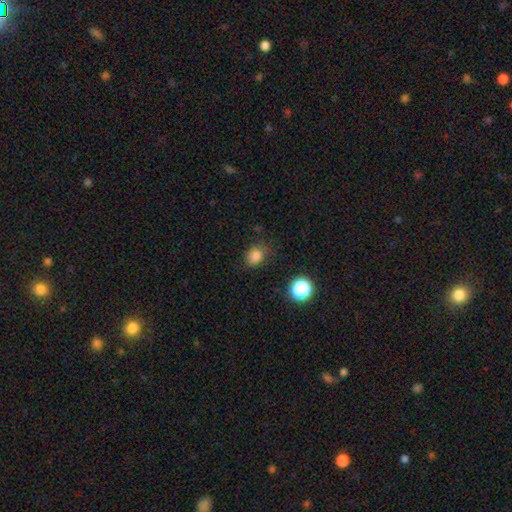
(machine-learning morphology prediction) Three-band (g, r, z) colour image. It shows a smooth galaxy with no disk features (81%) that is round (59%). Merging: none (75%).